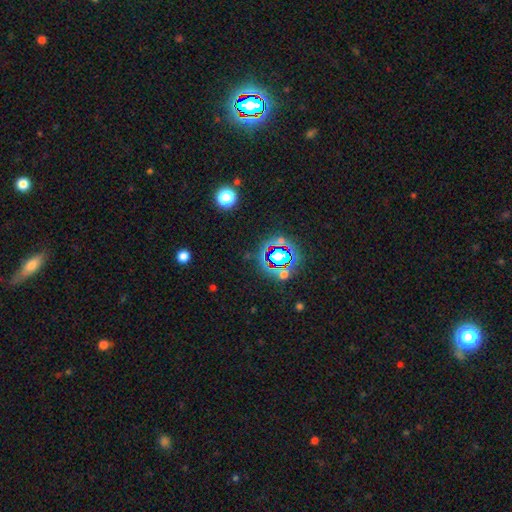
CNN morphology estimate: Overall: star or artifact (80%).